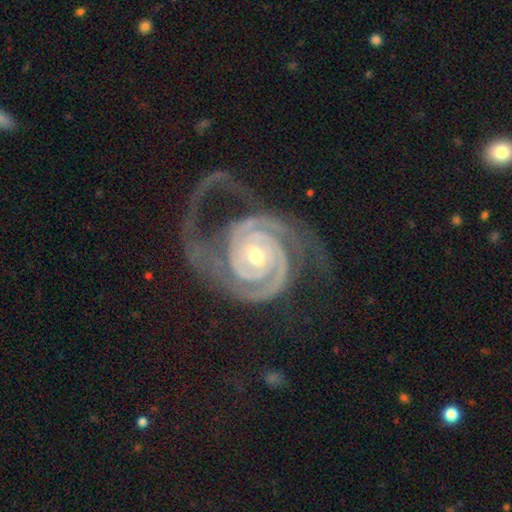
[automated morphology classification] Smooth or featured?
  - featured or disk: 94% *
  - star or artifact: 4%
  - smooth: 3%
Edge-on disk?
  - no: 98% *
  - yes: 2%
Bar?
  - no: 56% *
  - weak: 28%
  - strong: 16%
Spiral arms?
  - yes: 99% *
  - no: 1%
Spiral winding?
  - tight: 69% *
  - medium: 25%
  - loose: 6%
Spiral arm count?
  - 2: 62% *
  - 3: 18%
  - can't tell: 7%
  - 4: 5%
  - 1: 5%
  - more than 4: 4%
Bulge size?
  - moderate: 51% *
  - small: 45%
  - large: 2%
  - none: 1%
  - dominant: 1%
Merging?
  - none: 46% *
  - major disturbance: 34%
  - minor disturbance: 17%
  - merger: 3%